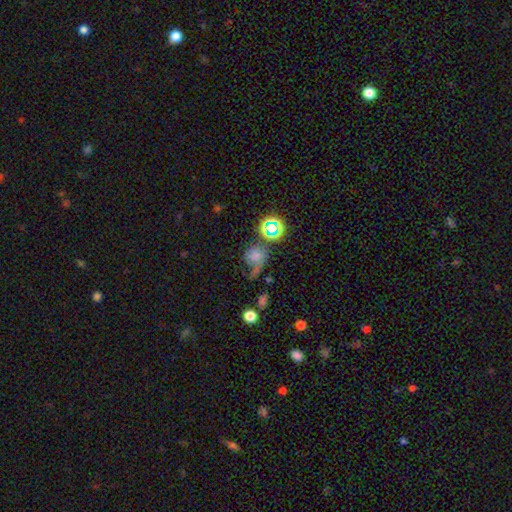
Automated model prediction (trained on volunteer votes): This appears to be a smooth galaxy with no disk features (56%) that is round (68%). Merging: major disturbance (33%).